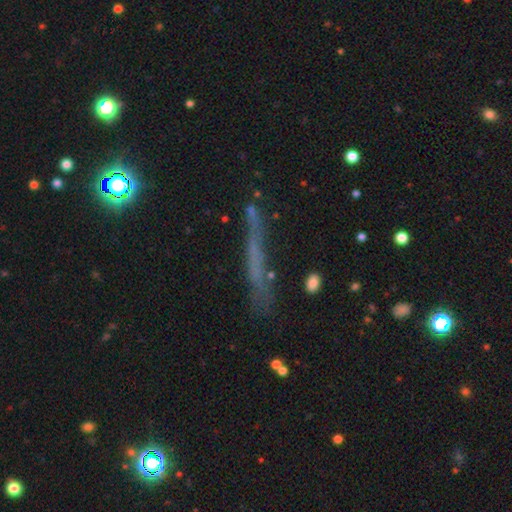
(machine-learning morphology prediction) Smooth or featured: smooth — 46% (featured or disk — 40%)
Merging: none — 62% (minor disturbance — 21%)